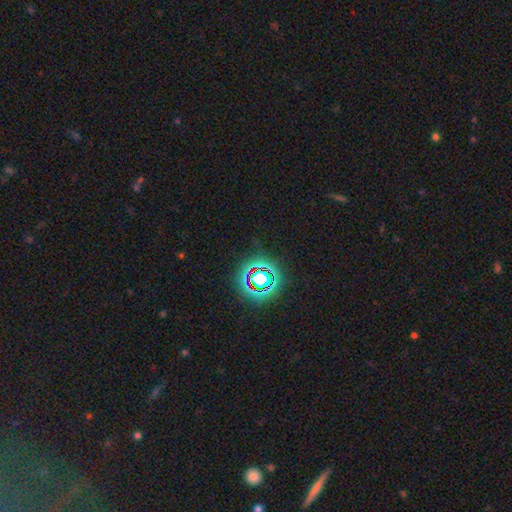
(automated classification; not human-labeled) Morphology: type=star or artifact (78%).